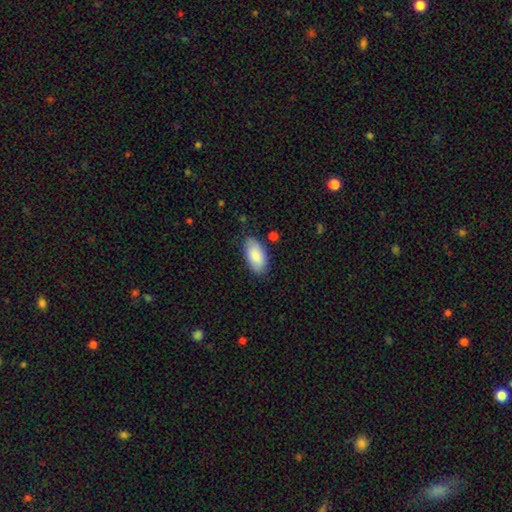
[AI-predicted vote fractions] A smooth galaxy with no disk features (87%) that is in between round and cigar-shaped (95%).

Vote fractions:
- Smooth or featured? smooth: 87% / featured or disk: 8% / star or artifact: 6%
- How rounded? in between: 95% / cigar-shaped: 3% / round: 2%
- Merging? none: 81% / minor disturbance: 14% / major disturbance: 3% / merger: 2%